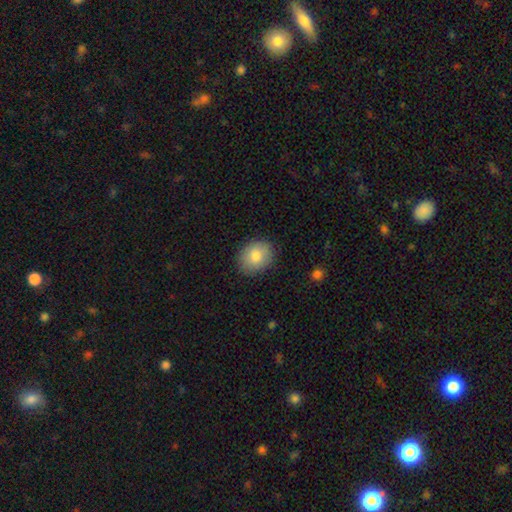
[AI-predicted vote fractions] Smooth or featured? smooth (83%)
How rounded? round (51%)
Merging? none (87%)